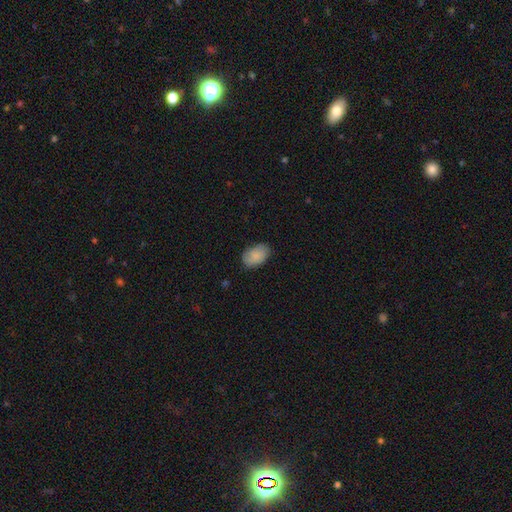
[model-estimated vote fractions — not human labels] smooth_or_featured: smooth (p=0.83) [alt: featured or disk p=0.11]
how_rounded: in between (p=0.90) [alt: round p=0.08]
merging: none (p=0.77) [alt: minor disturbance p=0.19]